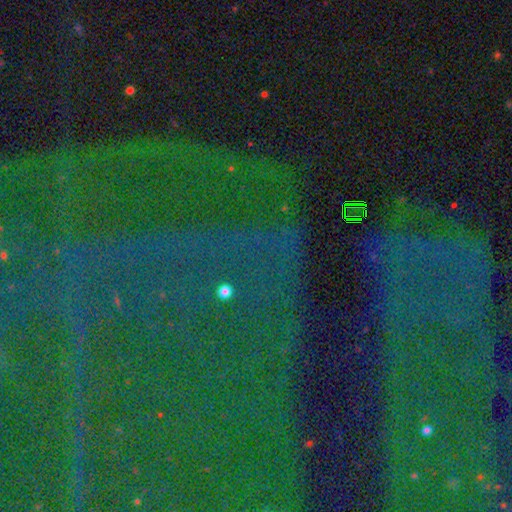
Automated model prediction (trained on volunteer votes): smooth_or_featured: star or artifact (p=0.86) [alt: featured or disk p=0.07]